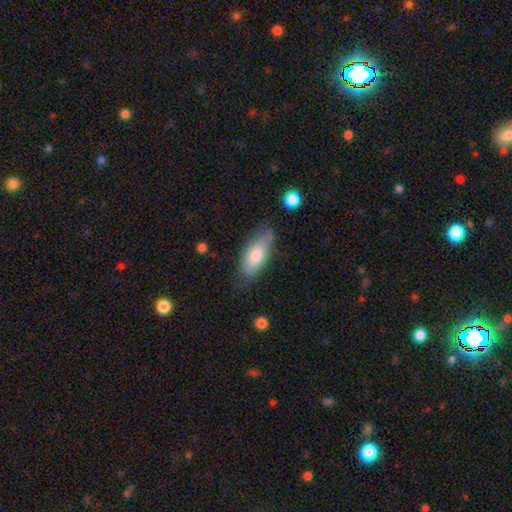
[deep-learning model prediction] This appears to be a smooth galaxy with no disk features (76%) that is in between round and cigar-shaped (80%). Merging: none (69%).